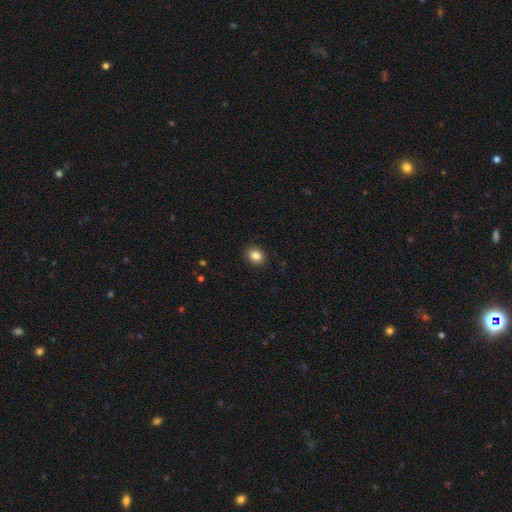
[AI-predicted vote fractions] A smooth galaxy with no disk features (85%) that is round (52%).

Vote fractions:
- Smooth or featured? smooth: 85% / star or artifact: 10% / featured or disk: 5%
- How rounded? round: 52% / in between: 47% / cigar-shaped: 1%
- Merging? none: 90% / minor disturbance: 7% / major disturbance: 2% / merger: 1%